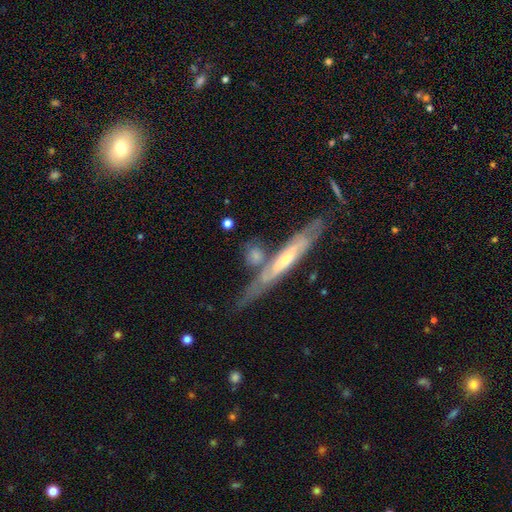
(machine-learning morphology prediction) Q: Smooth or featured?
A: smooth (51%); runner-up: featured or disk (43%)
Q: How rounded?
A: cigar-shaped (52%); runner-up: round (24%)
Q: Merging?
A: none (52%); runner-up: merger (25%)